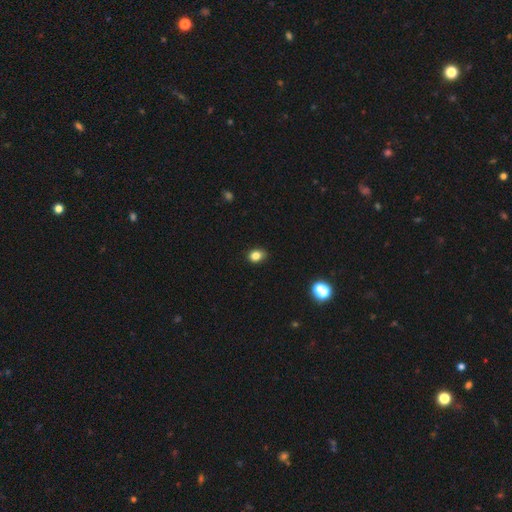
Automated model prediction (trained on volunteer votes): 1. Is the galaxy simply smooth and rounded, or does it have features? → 83% smooth, 13% star or artifact, 5% featured or disk.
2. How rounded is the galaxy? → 52% in between, 47% round, 1% cigar-shaped.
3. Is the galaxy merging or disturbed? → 85% none, 12% minor disturbance, 2% major disturbance, 1% merger.